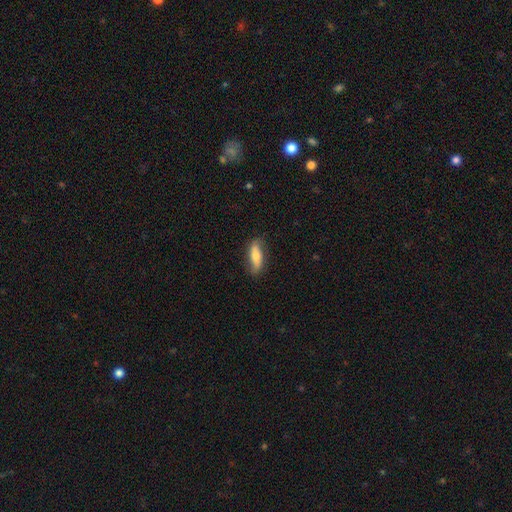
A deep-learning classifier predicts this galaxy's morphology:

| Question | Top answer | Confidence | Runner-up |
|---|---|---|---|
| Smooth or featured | smooth | 62% | featured or disk (31%) |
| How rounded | in between | 50% | cigar-shaped (47%) |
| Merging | none | 79% | minor disturbance (17%) |